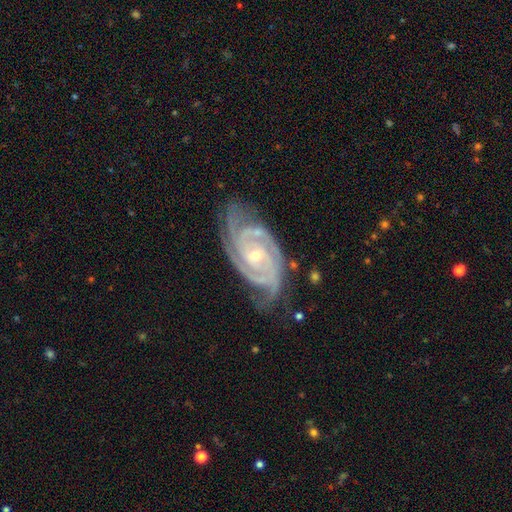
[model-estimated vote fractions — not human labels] The model was most divided on "spiral arm count": 3: 41%, 4: 26%, 2: 15%, can't tell: 8%, more than 4: 6%, 1: 5%. More confident: spiral arms — yes (99%); edge-on disk — no (97%); smooth or featured — featured or disk (93%); spiral winding — tight (75%); merging — none (69%); bulge size — small (69%); bar — no (63%).